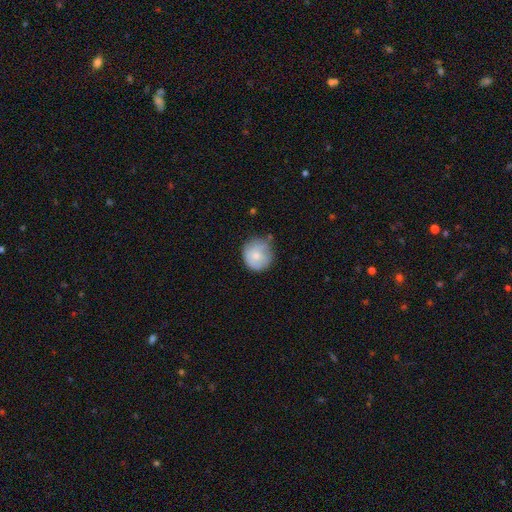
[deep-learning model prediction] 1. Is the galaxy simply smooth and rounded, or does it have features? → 71% smooth, 22% featured or disk, 7% star or artifact.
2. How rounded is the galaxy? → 90% round, 9% in between, 1% cigar-shaped.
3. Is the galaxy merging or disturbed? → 64% none, 27% minor disturbance, 7% major disturbance, 3% merger.